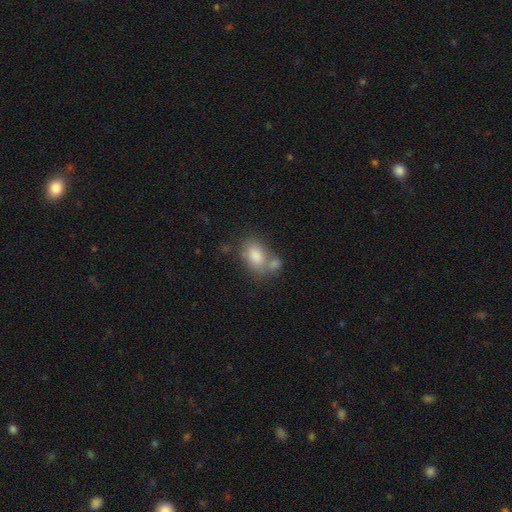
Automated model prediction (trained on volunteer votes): A smooth galaxy with no disk features (80%) that is in between round and cigar-shaped (82%). Merging: none (44%).